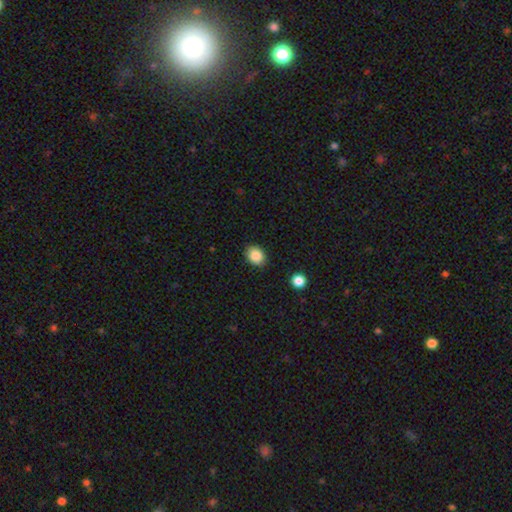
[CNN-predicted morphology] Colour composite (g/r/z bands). It shows a smooth galaxy with no disk features (86%) that is in between round and cigar-shaped (52%). Merging: none (89%).